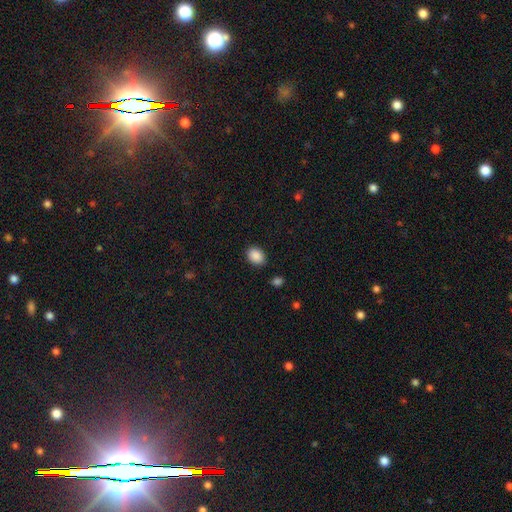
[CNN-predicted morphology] Smooth or featured?
  - smooth: 89% *
  - star or artifact: 8%
  - featured or disk: 3%
How rounded?
  - in between: 74% *
  - round: 25%
  - cigar-shaped: 1%
Merging?
  - none: 88% *
  - minor disturbance: 8%
  - major disturbance: 2%
  - merger: 1%